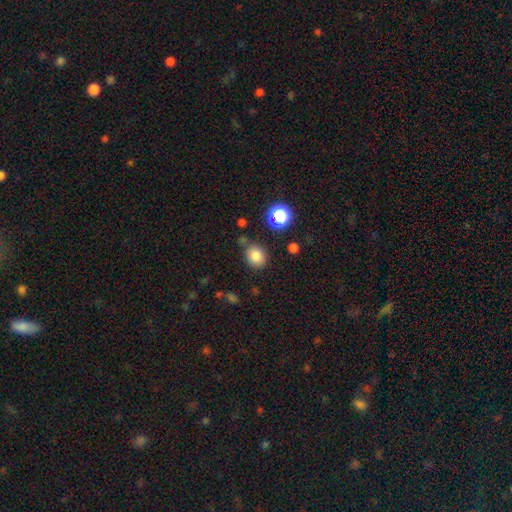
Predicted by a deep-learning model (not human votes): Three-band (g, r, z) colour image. It shows a smooth galaxy with no disk features (82%) that is round (66%). Merging: none (77%).